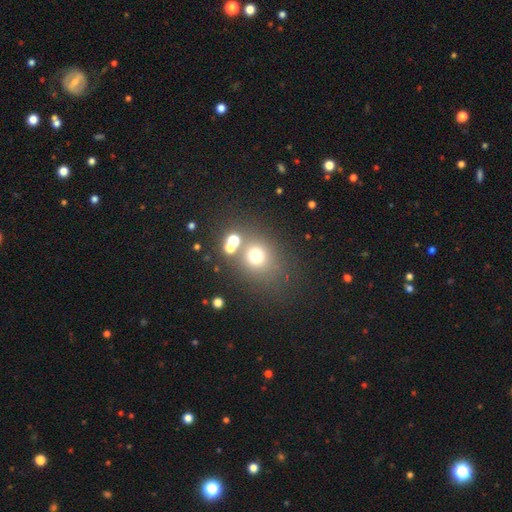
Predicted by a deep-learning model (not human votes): smooth 66%, star or artifact 22%, featured or disk 12%. Down the decision tree: how rounded — round (75%); merging — none (64%).